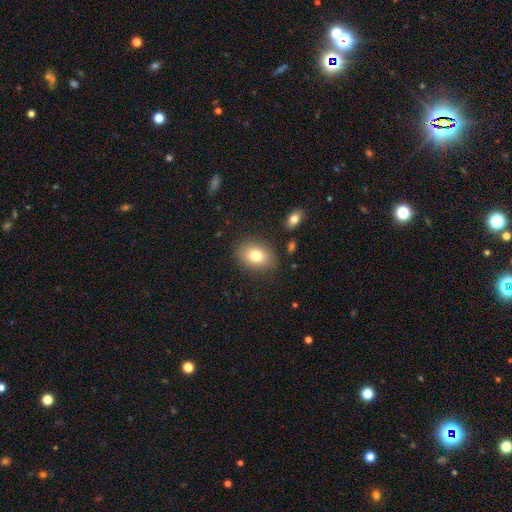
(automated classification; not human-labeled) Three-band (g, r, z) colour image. It shows a smooth galaxy with no disk features (78%) that is in between round and cigar-shaped (71%). Merging: none (84%).